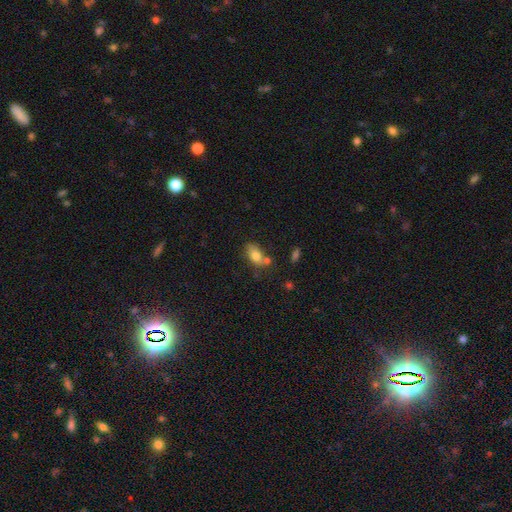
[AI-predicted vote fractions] Smooth or featured?
  - smooth: 78% *
  - featured or disk: 13%
  - star or artifact: 9%
How rounded?
  - in between: 86% *
  - round: 11%
  - cigar-shaped: 4%
Merging?
  - none: 55% *
  - merger: 20%
  - minor disturbance: 19%
  - major disturbance: 6%